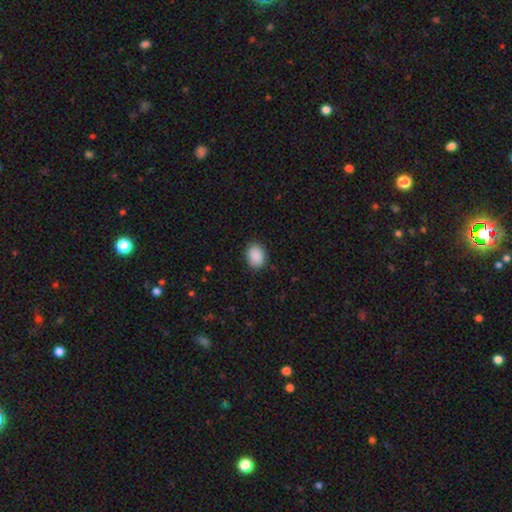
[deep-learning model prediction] Smooth or featured?
  - smooth: 90% *
  - star or artifact: 7%
  - featured or disk: 3%
How rounded?
  - in between: 66% *
  - round: 33%
  - cigar-shaped: 1%
Merging?
  - none: 84% *
  - minor disturbance: 12%
  - major disturbance: 3%
  - merger: 1%